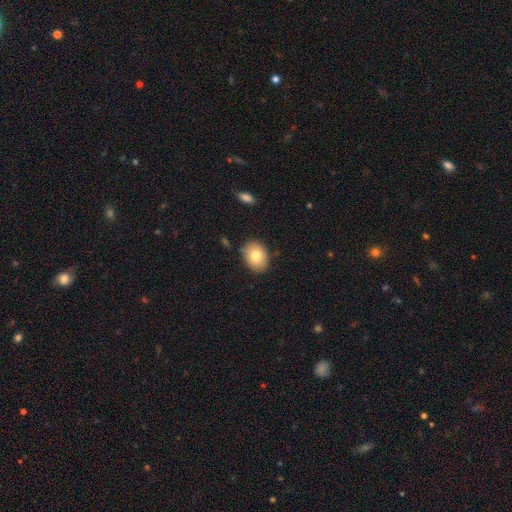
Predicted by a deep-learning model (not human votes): The model was most divided on "how rounded": in between: 61%, round: 38%, cigar-shaped: 1%. More confident: merging — none (85%); smooth or featured — smooth (79%).